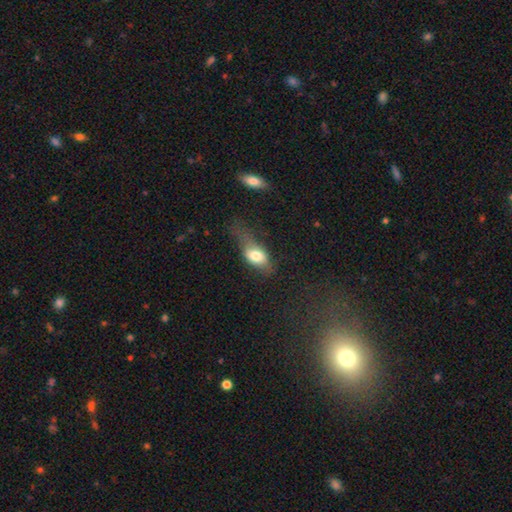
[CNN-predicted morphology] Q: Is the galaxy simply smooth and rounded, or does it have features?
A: smooth — 73%.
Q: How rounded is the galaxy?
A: in between — 84%.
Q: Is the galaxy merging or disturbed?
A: major disturbance — 36%.